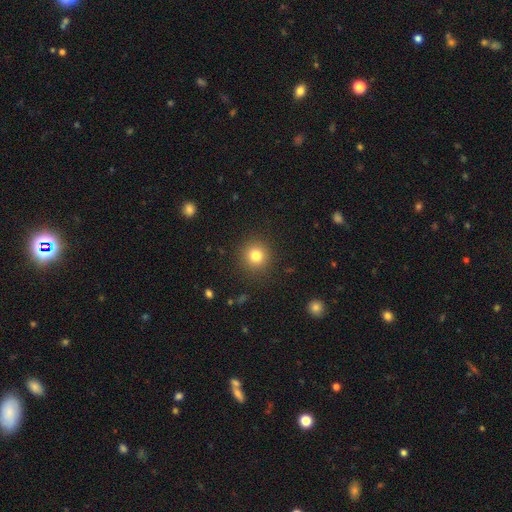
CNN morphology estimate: smooth-or-featured: smooth: 81% | star or artifact: 12% | featured or disk: 7%
  how-rounded: round: 93% | in between: 6% | cigar-shaped: 1%
  merging: none: 90% | minor disturbance: 6% | major disturbance: 3% | merger: 1%